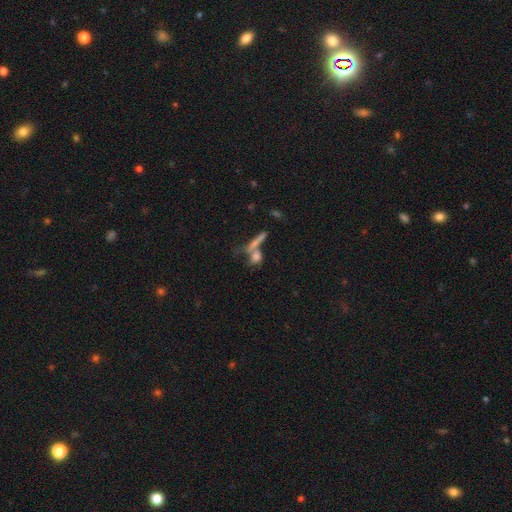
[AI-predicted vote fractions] Morphology: type=smooth (62%); roundness=round (37%); merging=none (44%).